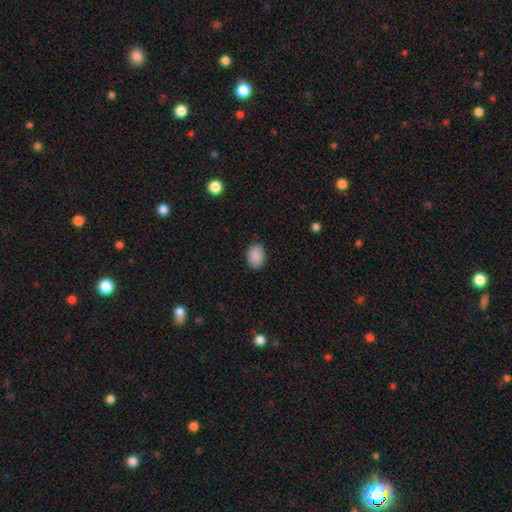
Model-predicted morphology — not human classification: Smooth or featured?
  - smooth: 89% *
  - star or artifact: 8%
  - featured or disk: 3%
How rounded?
  - in between: 70% *
  - round: 29%
  - cigar-shaped: 1%
Merging?
  - none: 87% *
  - minor disturbance: 10%
  - major disturbance: 2%
  - merger: 1%